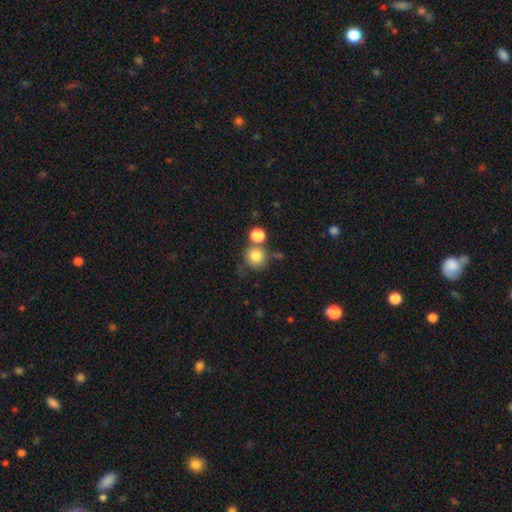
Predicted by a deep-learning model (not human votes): smooth 80%, star or artifact 11%, featured or disk 9%. Down the decision tree: how rounded — round (90%); merging — none (58%).